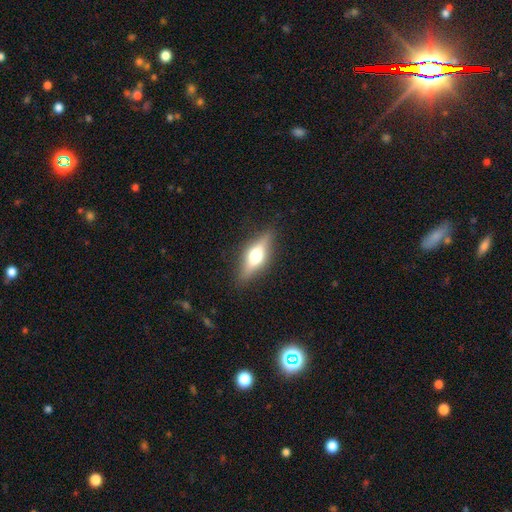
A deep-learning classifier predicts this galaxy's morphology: smooth-or-featured: featured or disk: 55% | smooth: 38% | star or artifact: 7%
  disk-edge-on: yes: 91% | no: 9%
  merging: none: 86% | minor disturbance: 11% | major disturbance: 3% | merger: 1%